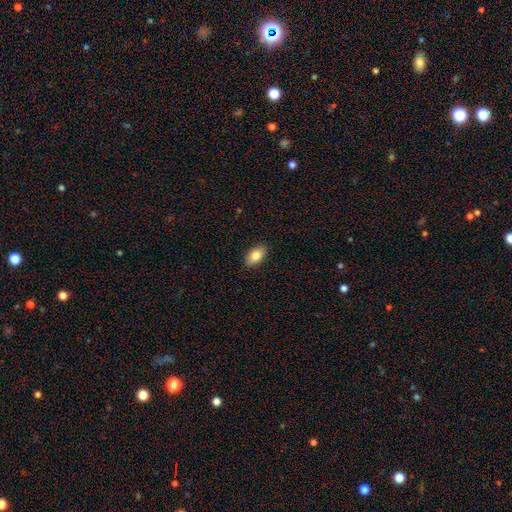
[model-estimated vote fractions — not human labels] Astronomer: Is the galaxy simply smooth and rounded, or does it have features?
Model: smooth — 84%.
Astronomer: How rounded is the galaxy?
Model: in between — 91%.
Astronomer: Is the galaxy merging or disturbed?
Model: none — 90%.